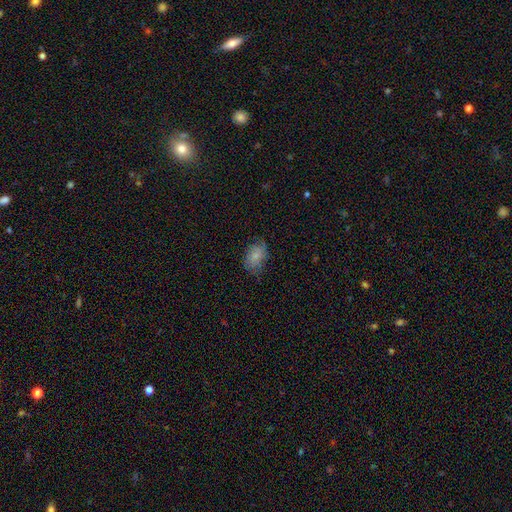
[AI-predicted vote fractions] smooth-or-featured: smooth: 72% | featured or disk: 19% | star or artifact: 9%
  how-rounded: in between: 86% | round: 13% | cigar-shaped: 1%
  merging: none: 65% | minor disturbance: 25% | major disturbance: 9% | merger: 1%